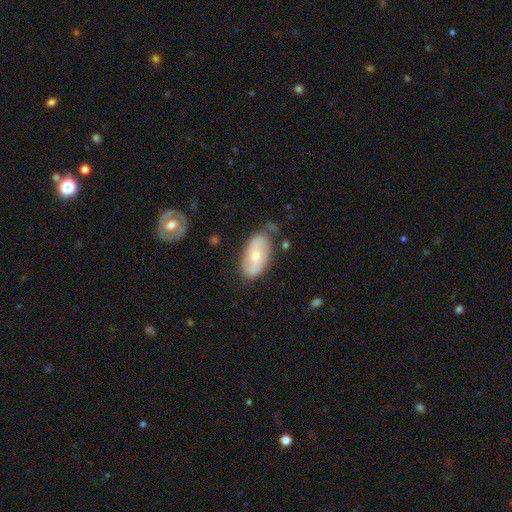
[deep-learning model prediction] Q: Smooth or featured?
A: smooth (59%); runner-up: featured or disk (35%)
Q: How rounded?
A: in between (93%); runner-up: round (3%)
Q: Merging?
A: none (70%); runner-up: minor disturbance (21%)